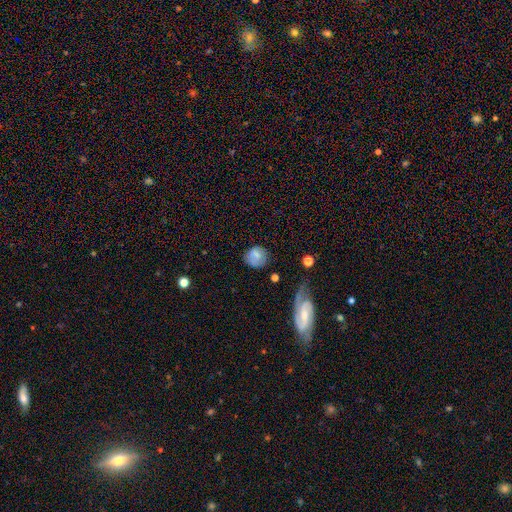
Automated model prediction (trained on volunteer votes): Q: Smooth or featured?
A: smooth (72%); runner-up: featured or disk (19%)
Q: How rounded?
A: round (80%); runner-up: in between (18%)
Q: Merging?
A: none (66%); runner-up: minor disturbance (22%)